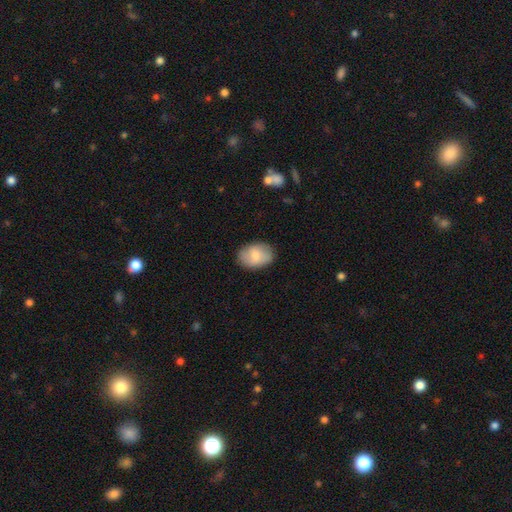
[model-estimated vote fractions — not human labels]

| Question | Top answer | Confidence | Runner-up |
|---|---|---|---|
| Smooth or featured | smooth | 75% | featured or disk (19%) |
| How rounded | in between | 82% | round (17%) |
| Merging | none | 83% | minor disturbance (13%) |